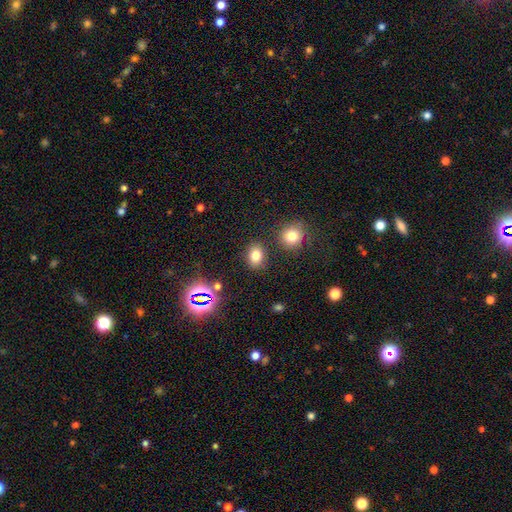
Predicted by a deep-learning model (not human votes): The model was most divided on "how rounded": in between: 64%, round: 35%, cigar-shaped: 1%. More confident: merging — none (83%); smooth or featured — smooth (76%).